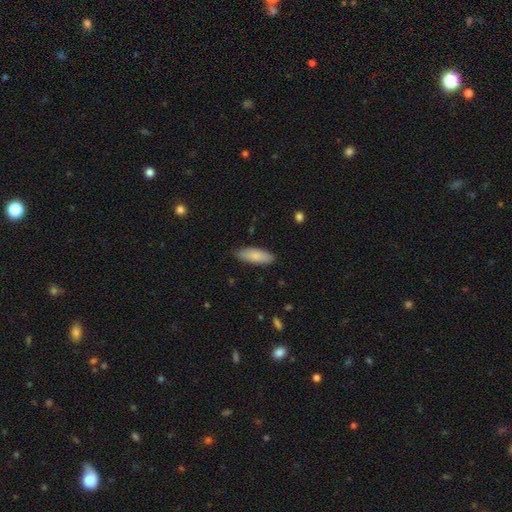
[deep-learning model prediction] Smooth or featured?
  - smooth: 85% *
  - featured or disk: 10%
  - star or artifact: 6%
How rounded?
  - in between: 65% *
  - cigar-shaped: 33%
  - round: 2%
Merging?
  - none: 85% *
  - minor disturbance: 12%
  - major disturbance: 2%
  - merger: 1%